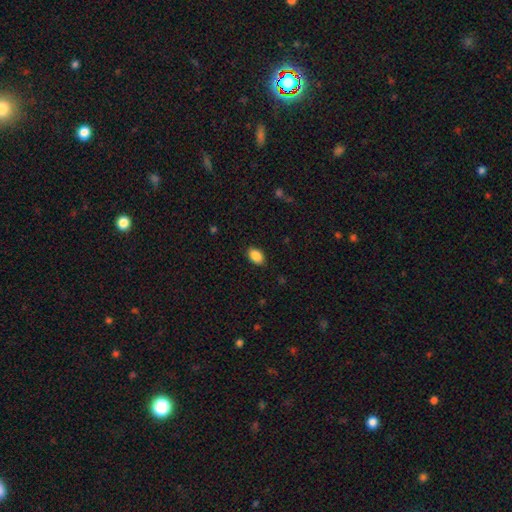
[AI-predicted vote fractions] Smooth or featured: smooth — 89% (star or artifact — 8%)
How rounded: in between — 88% (round — 11%)
Merging: none — 88% (minor disturbance — 9%)